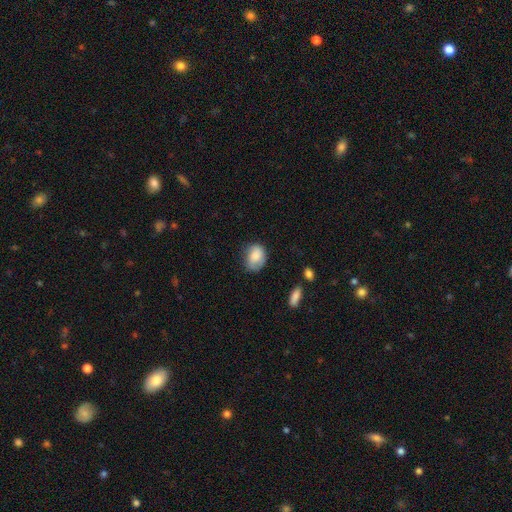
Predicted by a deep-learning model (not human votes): This is clearly a smooth galaxy (81%). How rounded: likely in between (69%). Merging: possibly none (58%).